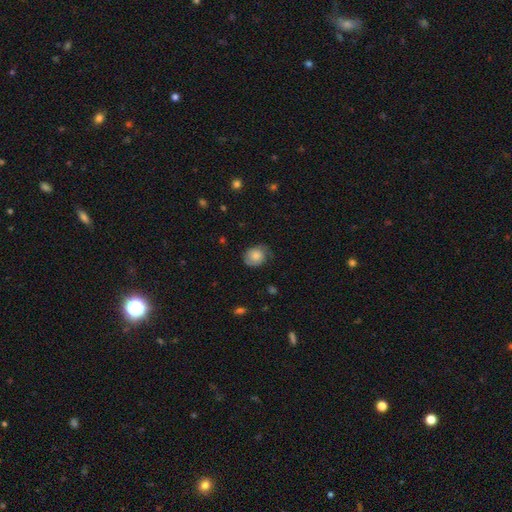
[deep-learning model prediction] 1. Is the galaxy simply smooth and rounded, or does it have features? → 62% smooth, 30% featured or disk, 8% star or artifact.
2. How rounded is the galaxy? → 62% round, 37% in between, 1% cigar-shaped.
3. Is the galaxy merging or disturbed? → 60% none, 27% minor disturbance, 11% major disturbance, 1% merger.